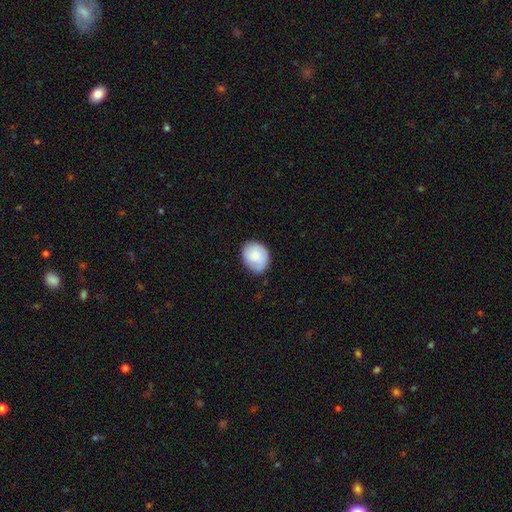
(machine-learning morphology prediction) Overall: smooth (80%). How rounded: in between (50%; round 49%). Merging: none (73%).